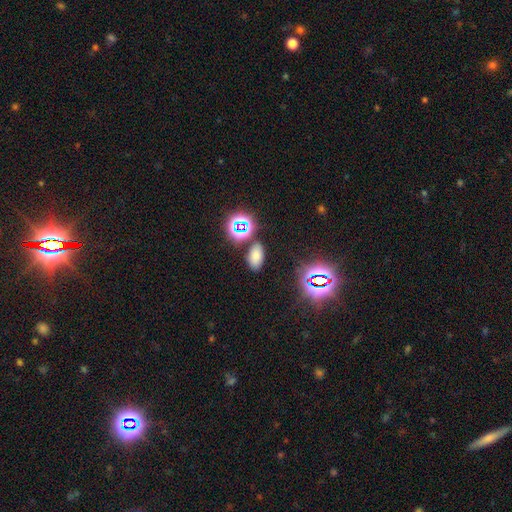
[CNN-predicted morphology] smooth 66%, star or artifact 26%, featured or disk 8%. Down the decision tree: how rounded — in between (90%); merging — none (80%).